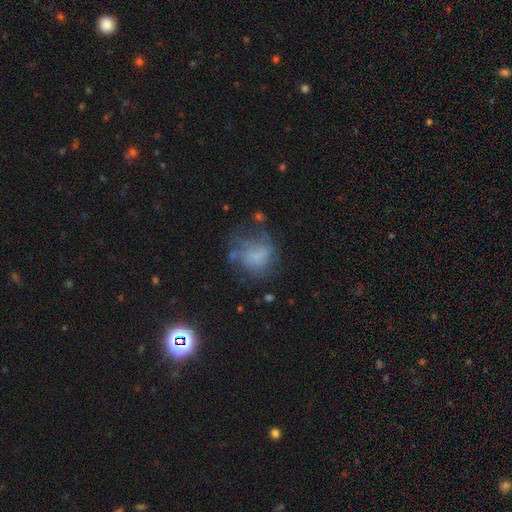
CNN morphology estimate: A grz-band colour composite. It shows a smooth galaxy with no disk features (45%). Merging: none (47%).